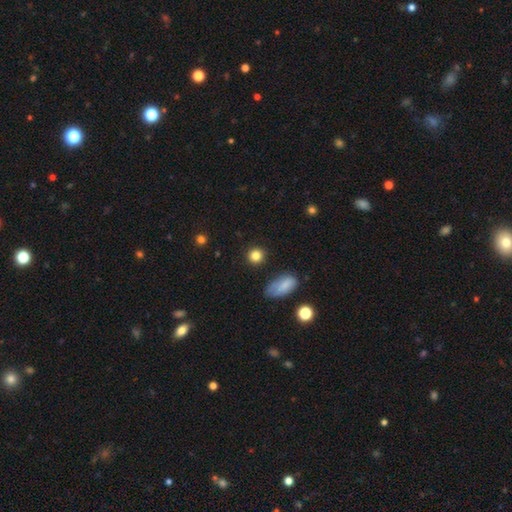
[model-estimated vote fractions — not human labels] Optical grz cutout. It shows a smooth galaxy with no disk features (84%) that is round (88%). Merging: none (87%).